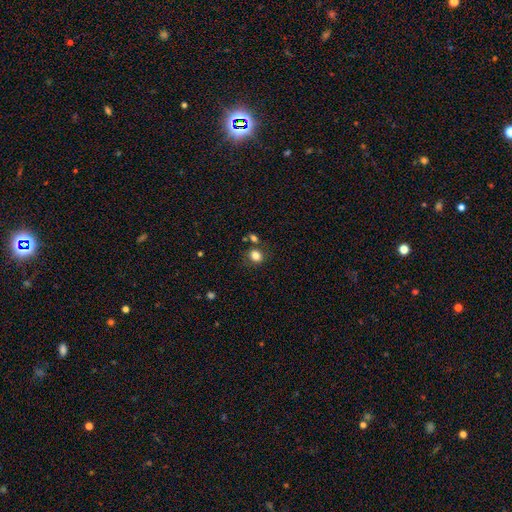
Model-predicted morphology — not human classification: Smooth or featured?
  - smooth: 82% *
  - star or artifact: 11%
  - featured or disk: 7%
How rounded?
  - round: 59% *
  - in between: 40%
  - cigar-shaped: 1%
Merging?
  - none: 73% *
  - minor disturbance: 13%
  - merger: 10%
  - major disturbance: 5%